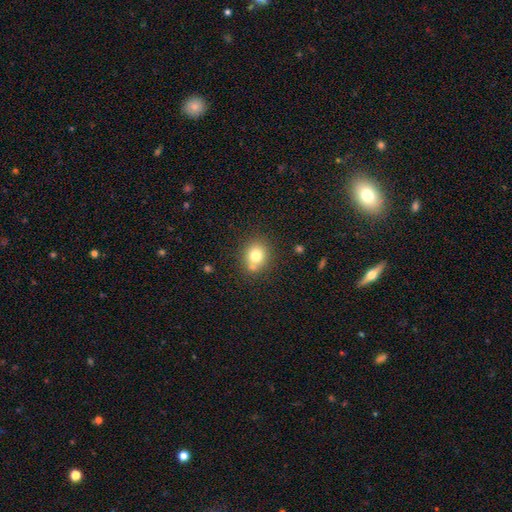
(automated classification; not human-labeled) Smooth or featured? Predicted: smooth (p=0.76). How rounded? Predicted: round (p=0.75). Merging? Predicted: none (p=0.69).